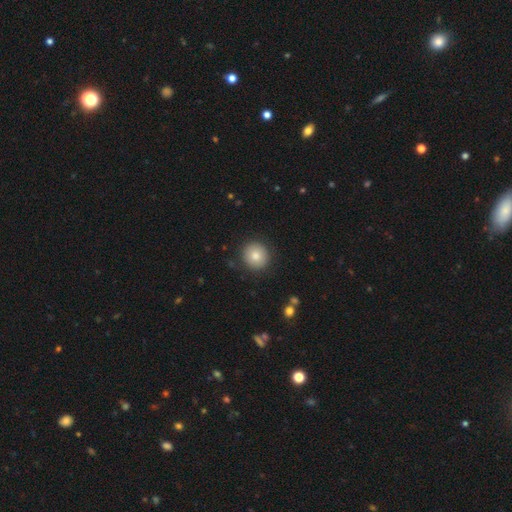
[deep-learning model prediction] Q: Smooth or featured?
A: smooth (82%); runner-up: featured or disk (9%)
Q: How rounded?
A: round (92%); runner-up: in between (7%)
Q: Merging?
A: none (90%); runner-up: minor disturbance (7%)